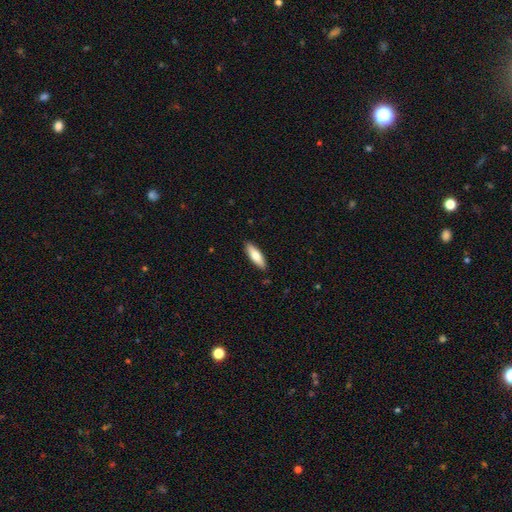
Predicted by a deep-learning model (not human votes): This appears to be a smooth galaxy with no disk features (71%) that is cigar-shaped (52%). Merging: none (88%).